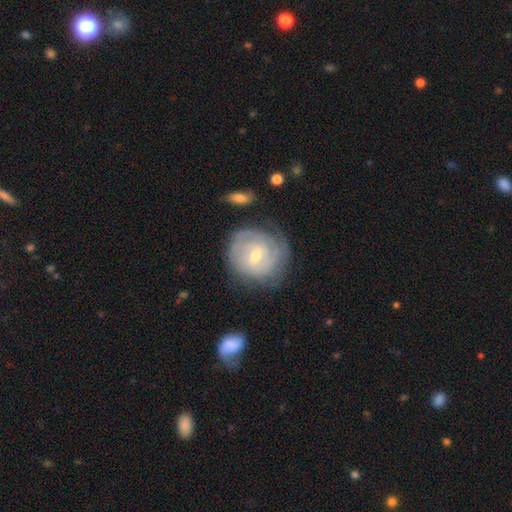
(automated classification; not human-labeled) This is likely a featured or disk galaxy (75%). It is clearly not viewed edge-on (97%). Bar: possibly weak (54%). Spiral arm pattern: clearly yes (89%). Spiral arm count: possibly can't tell (48%). Spiral winding: likely tight (76%). Central bulge: possibly small (48%, tied with moderate). Merging: likely none (72%).